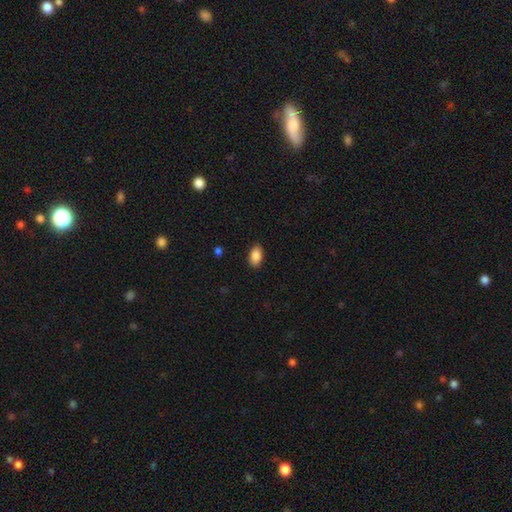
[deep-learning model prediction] Morphology: type=smooth (88%); roundness=in between (92%); merging=none (87%).